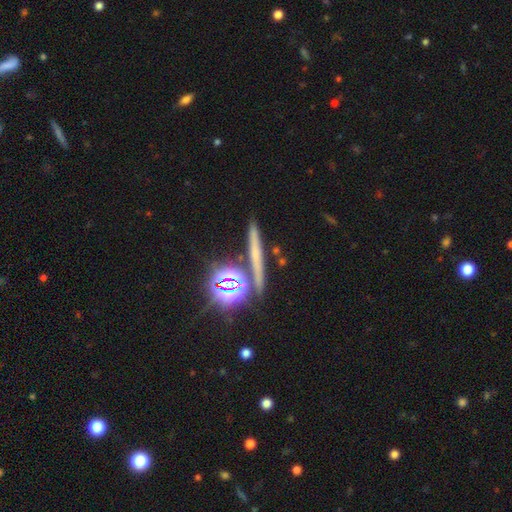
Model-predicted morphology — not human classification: smooth_or_featured: star or artifact (p=0.39) [alt: smooth p=0.33]